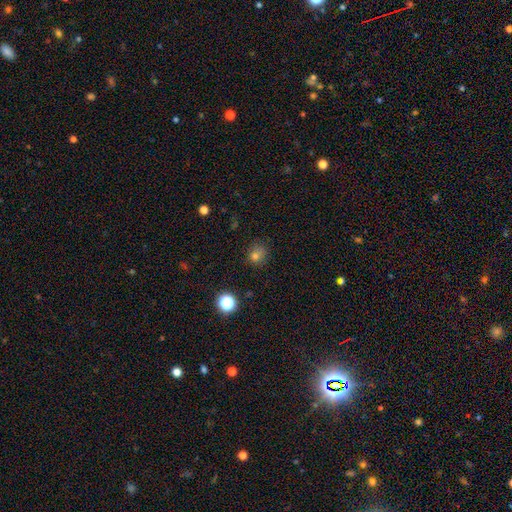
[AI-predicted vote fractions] Smooth or featured?
  - smooth: 74% *
  - star or artifact: 19%
  - featured or disk: 7%
How rounded?
  - round: 81% *
  - in between: 18%
  - cigar-shaped: 1%
Merging?
  - none: 77% *
  - minor disturbance: 16%
  - major disturbance: 5%
  - merger: 2%